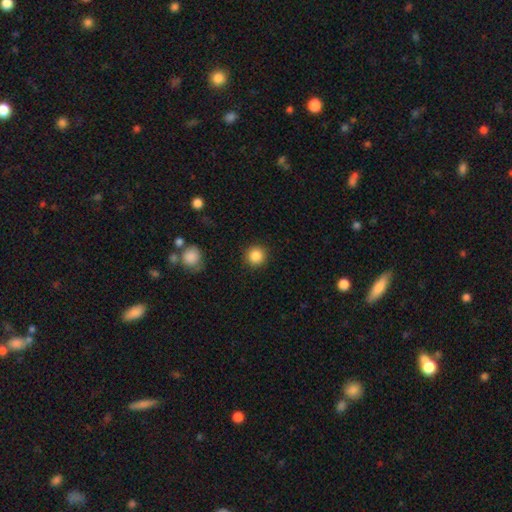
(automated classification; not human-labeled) smooth_or_featured: smooth (p=0.87) [alt: star or artifact p=0.10]
how_rounded: round (p=0.94) [alt: in between p=0.05]
merging: none (p=0.91) [alt: minor disturbance p=0.06]